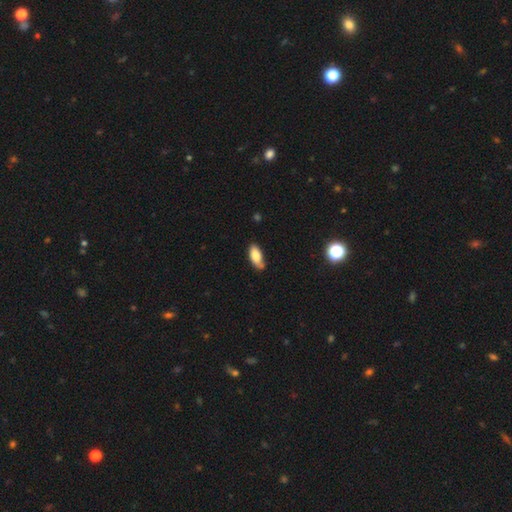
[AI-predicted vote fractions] Smooth or featured?
  - smooth: 81% *
  - featured or disk: 12%
  - star or artifact: 7%
How rounded?
  - in between: 87% *
  - cigar-shaped: 10%
  - round: 2%
Merging?
  - none: 59% *
  - minor disturbance: 29%
  - major disturbance: 6%
  - merger: 5%